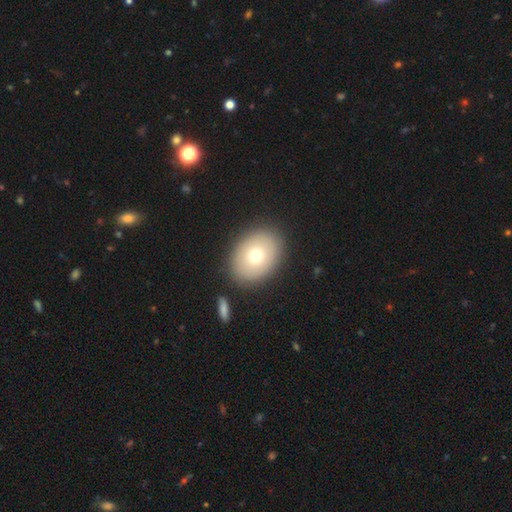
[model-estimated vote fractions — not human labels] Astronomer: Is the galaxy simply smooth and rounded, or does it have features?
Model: smooth — 72%.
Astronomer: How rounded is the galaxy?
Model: in between — 68%.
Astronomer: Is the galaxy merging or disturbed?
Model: none — 87%.